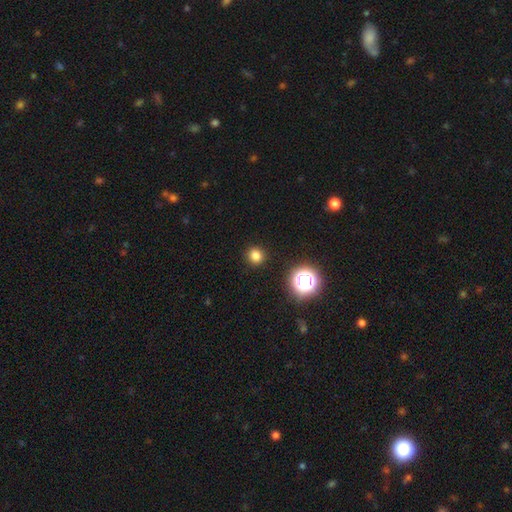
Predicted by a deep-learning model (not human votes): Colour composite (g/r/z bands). It shows a smooth galaxy with no disk features (80%) that is round (92%). Merging: none (92%).